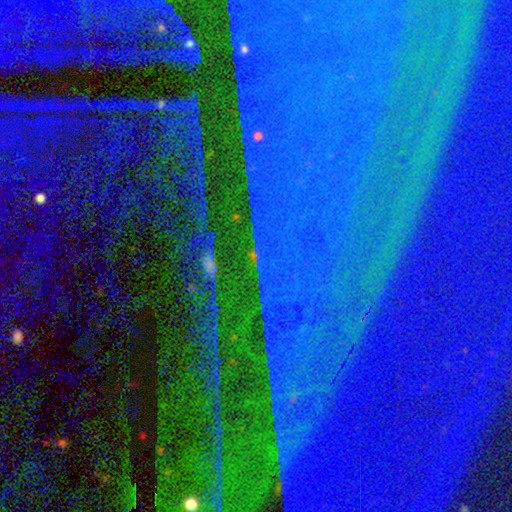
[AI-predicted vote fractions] A star or artifact, not a galaxy (88%).